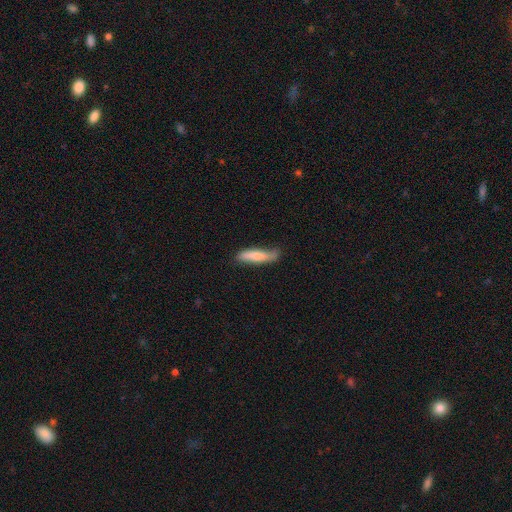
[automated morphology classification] Smooth or featured? Predicted: smooth (p=0.76). How rounded? Predicted: cigar-shaped (p=0.78). Merging? Predicted: none (p=0.61).